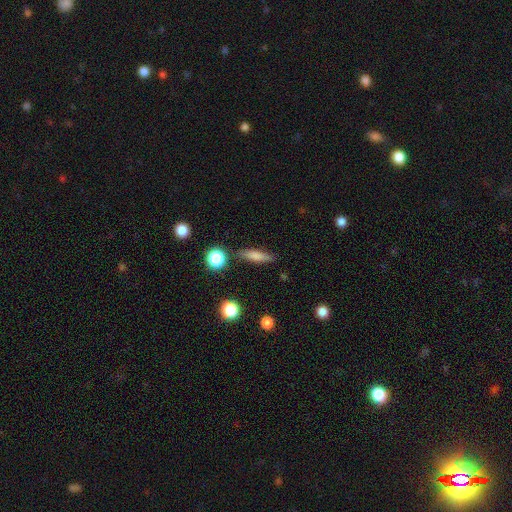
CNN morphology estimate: A smooth galaxy with no disk features (73%) that is cigar-shaped (72%). Merging: none (84%).